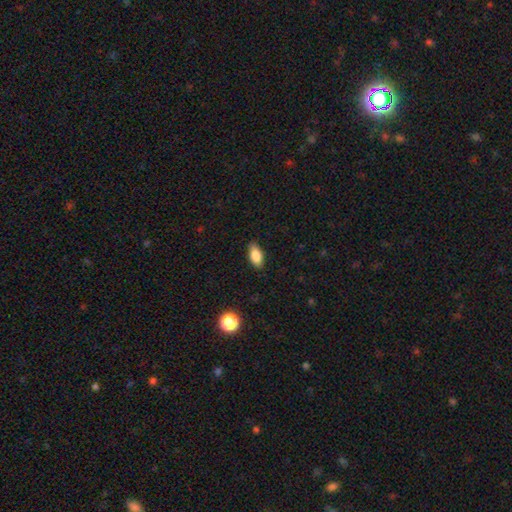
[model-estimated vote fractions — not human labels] This is clearly a smooth galaxy (84%). How rounded: clearly in between (87%). Merging: clearly none (85%).